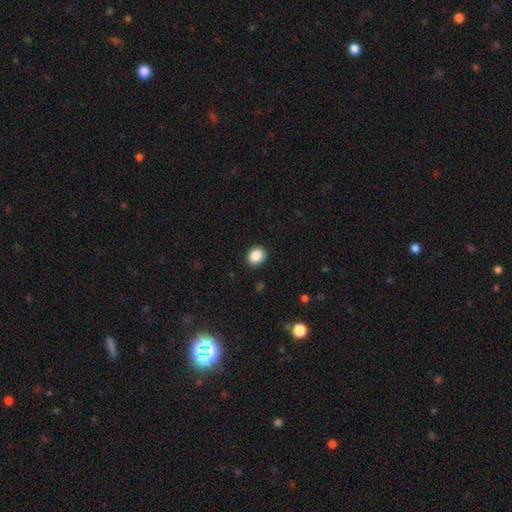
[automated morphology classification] Smooth or featured?
  - smooth: 86% *
  - star or artifact: 9%
  - featured or disk: 5%
How rounded?
  - round: 64% *
  - in between: 35%
  - cigar-shaped: 1%
Merging?
  - none: 91% *
  - minor disturbance: 6%
  - major disturbance: 2%
  - merger: 1%